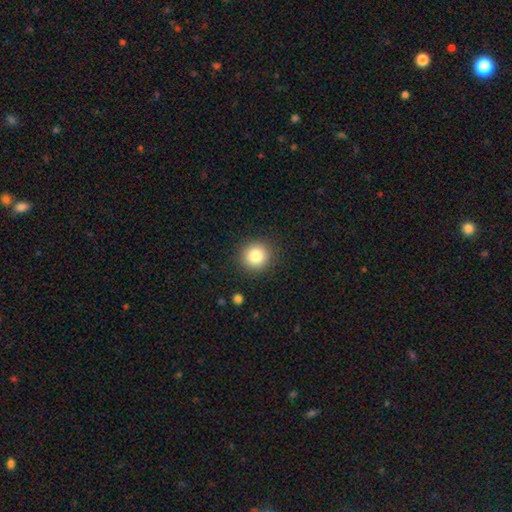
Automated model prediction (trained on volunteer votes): Q: Smooth or featured?
A: smooth (82%); runner-up: star or artifact (11%)
Q: How rounded?
A: round (93%); runner-up: in between (6%)
Q: Merging?
A: none (90%); runner-up: minor disturbance (6%)